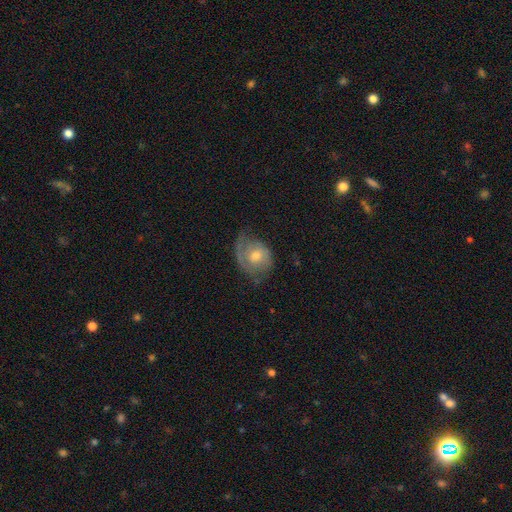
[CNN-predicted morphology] smooth-or-featured: featured or disk: 57% | smooth: 35% | star or artifact: 8%
  disk-edge-on: no: 96% | yes: 4%
    bar: no: 74% | weak: 22% | strong: 4%
    has-spiral-arms: yes: 73% | no: 27%
    bulge-size: moderate: 65% | small: 26% | large: 6% | none: 2% | dominant: 1%
  merging: none: 48% | minor disturbance: 30% | major disturbance: 20% | merger: 2%